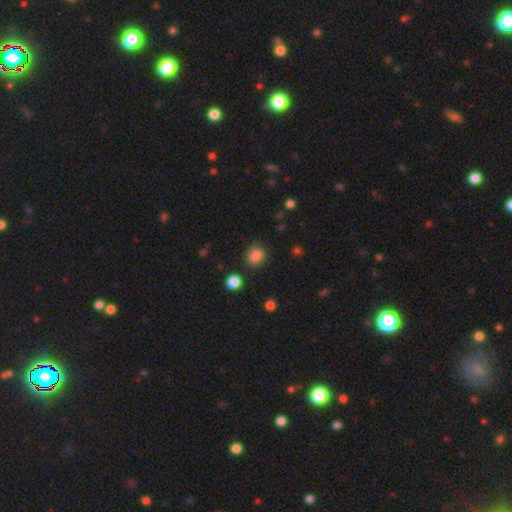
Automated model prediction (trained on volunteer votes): A smooth galaxy with no disk features (85%) that is round (66%).

Vote fractions:
- Smooth or featured? smooth: 85% / star or artifact: 10% / featured or disk: 5%
- How rounded? round: 66% / in between: 32% / cigar-shaped: 1%
- Merging? none: 79% / minor disturbance: 14% / major disturbance: 4% / merger: 2%